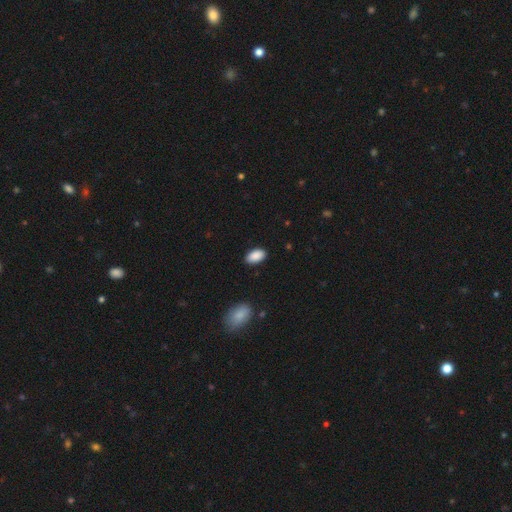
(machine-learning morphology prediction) smooth_or_featured: smooth (p=0.90) [alt: star or artifact p=0.07]
how_rounded: in between (p=0.94) [alt: round p=0.04]
merging: none (p=0.88) [alt: minor disturbance p=0.09]